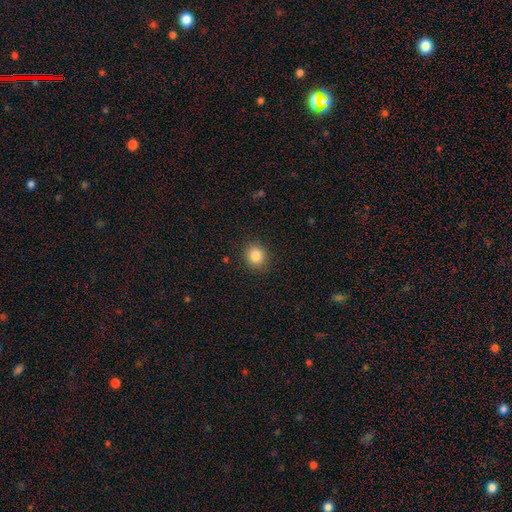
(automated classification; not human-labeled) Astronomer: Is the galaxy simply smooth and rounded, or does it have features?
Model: smooth — 84%.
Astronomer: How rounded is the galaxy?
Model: round — 83%.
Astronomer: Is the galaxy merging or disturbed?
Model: none — 90%.